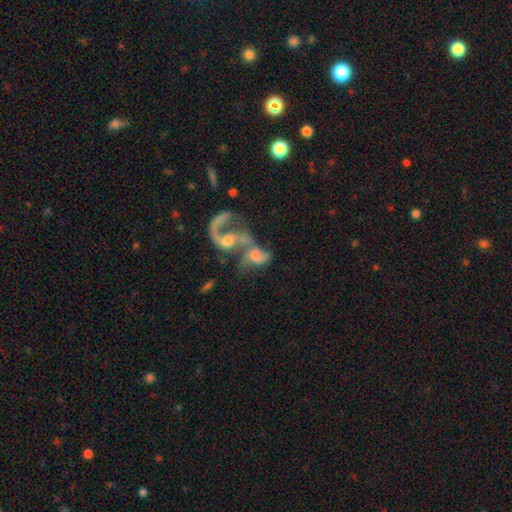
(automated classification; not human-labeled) featured or disk 64%, smooth 26%, star or artifact 10%. Down the decision tree: edge-on disk — no (96%); bar — no (67%); spiral arms — yes (72%); bulge size — moderate (43%); merging — merger (75%).